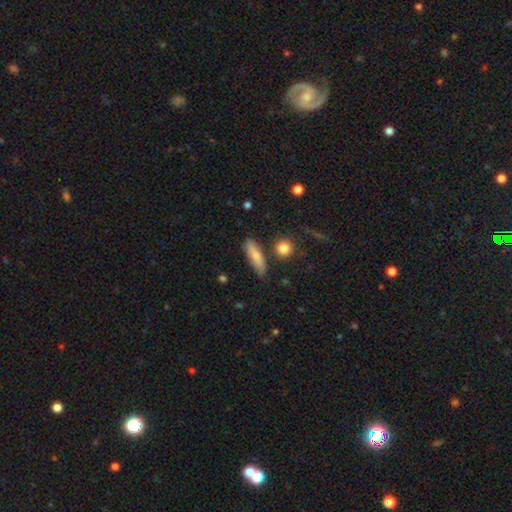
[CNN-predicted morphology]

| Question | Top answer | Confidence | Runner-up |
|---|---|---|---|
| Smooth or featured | smooth | 77% | featured or disk (17%) |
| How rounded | cigar-shaped | 57% | in between (40%) |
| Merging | none | 75% | minor disturbance (17%) |